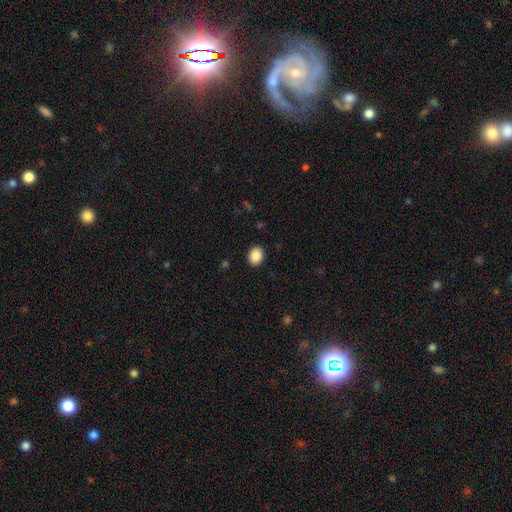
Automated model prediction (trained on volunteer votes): Smooth or featured? Predicted: smooth (p=0.89). How rounded? Predicted: in between (p=0.54). Merging? Predicted: none (p=0.90).